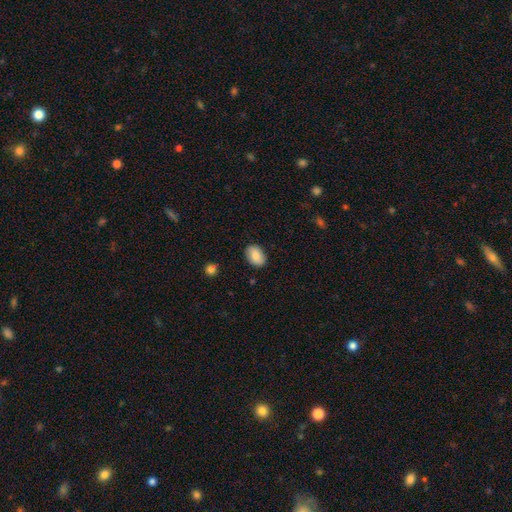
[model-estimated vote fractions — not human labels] The model was most divided on "how rounded": in between: 79%, round: 20%, cigar-shaped: 1%. More confident: merging — none (85%); smooth or featured — smooth (80%).